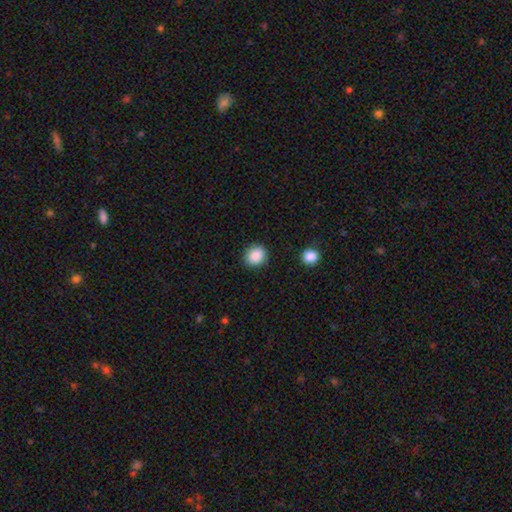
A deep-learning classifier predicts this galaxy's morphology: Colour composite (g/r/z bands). It shows a smooth galaxy with no disk features (88%) that is round (71%). Merging: none (87%).